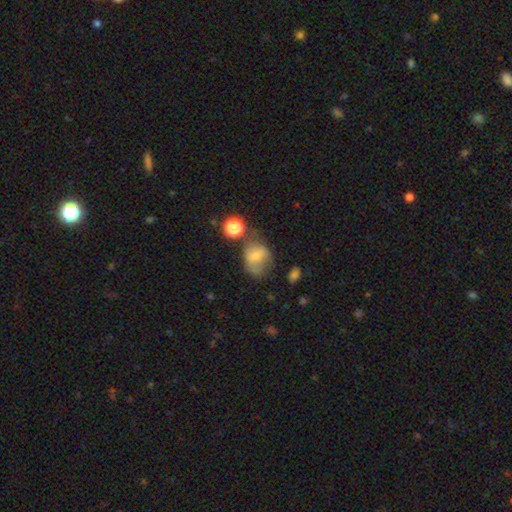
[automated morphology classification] smooth 66%, featured or disk 22%, star or artifact 13%. Down the decision tree: how rounded — in between (58%); merging — none (36%).